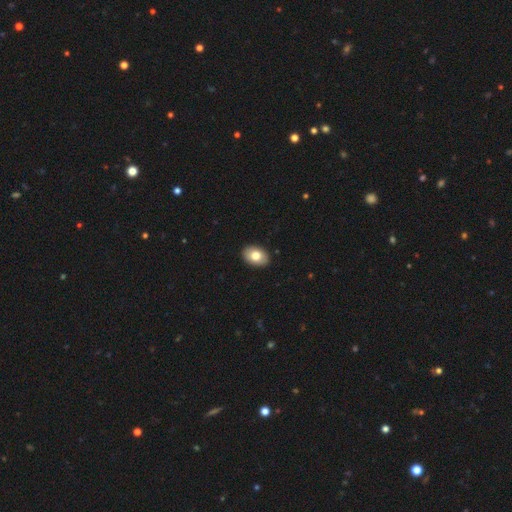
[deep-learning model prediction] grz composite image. It shows a smooth galaxy with no disk features (79%) that is in between round and cigar-shaped (87%). Merging: none (91%).